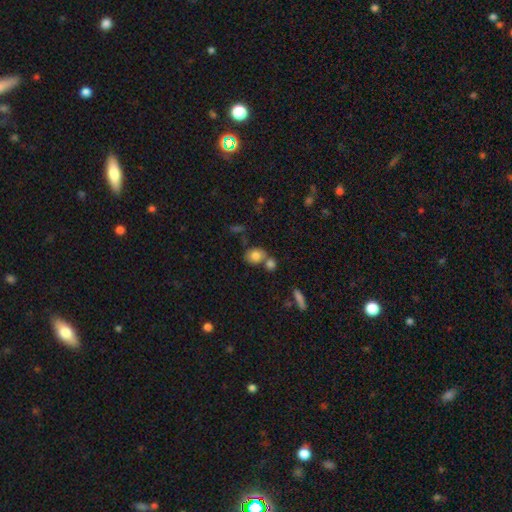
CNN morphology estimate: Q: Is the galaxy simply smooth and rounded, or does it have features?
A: smooth — 80%.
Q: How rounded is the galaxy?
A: round — 54%.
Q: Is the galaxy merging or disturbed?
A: none — 51%.